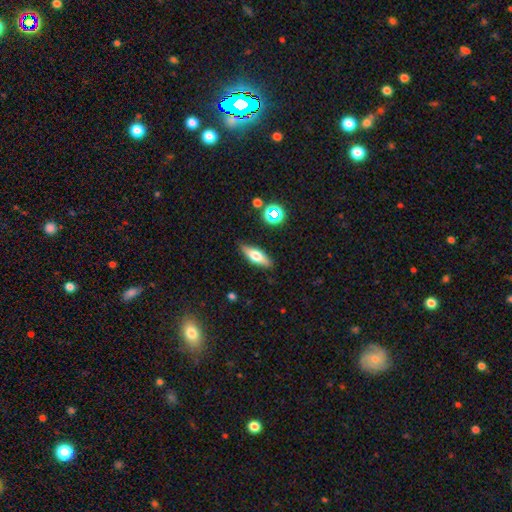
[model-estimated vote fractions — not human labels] Q: Smooth or featured?
A: smooth (54%); runner-up: featured or disk (37%)
Q: How rounded?
A: in between (52%); runner-up: cigar-shaped (45%)
Q: Merging?
A: none (85%); runner-up: minor disturbance (10%)